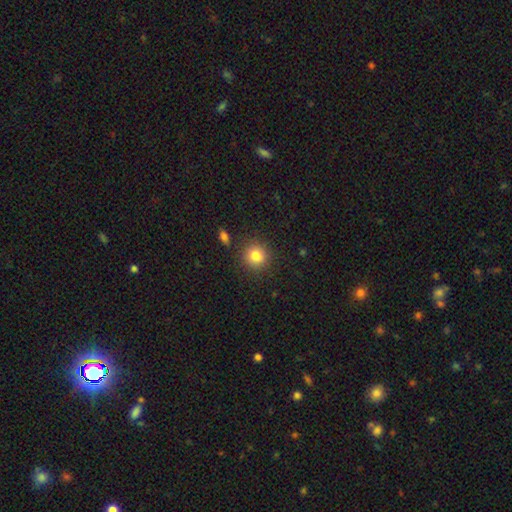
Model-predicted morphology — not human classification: This appears to be a smooth galaxy with no disk features (83%) that is round (89%). Merging: none (87%).